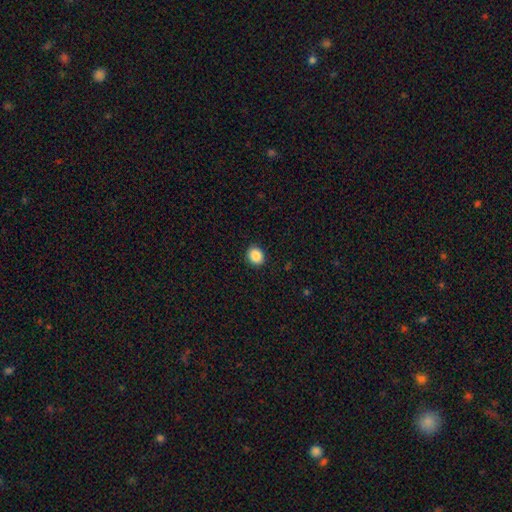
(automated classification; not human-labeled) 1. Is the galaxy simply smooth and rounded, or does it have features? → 88% smooth, 9% star or artifact, 3% featured or disk.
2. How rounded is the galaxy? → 70% round, 30% in between, 1% cigar-shaped.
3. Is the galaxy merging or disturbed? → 92% none, 6% minor disturbance, 2% major disturbance, 1% merger.